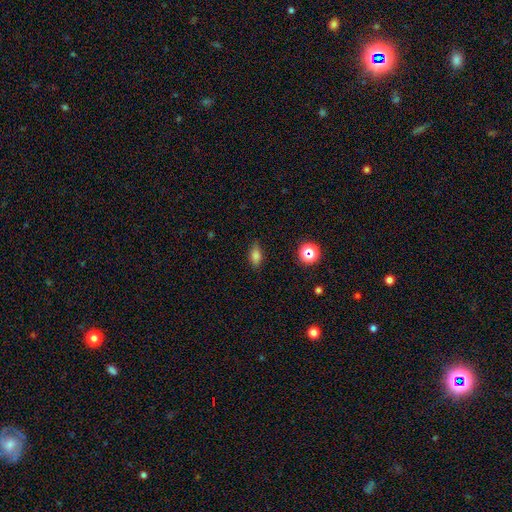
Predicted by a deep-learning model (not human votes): smooth-or-featured: smooth: 79% | star or artifact: 12% | featured or disk: 8%
  how-rounded: in between: 82% | cigar-shaped: 9% | round: 9%
  merging: none: 83% | minor disturbance: 13% | major disturbance: 3% | merger: 1%